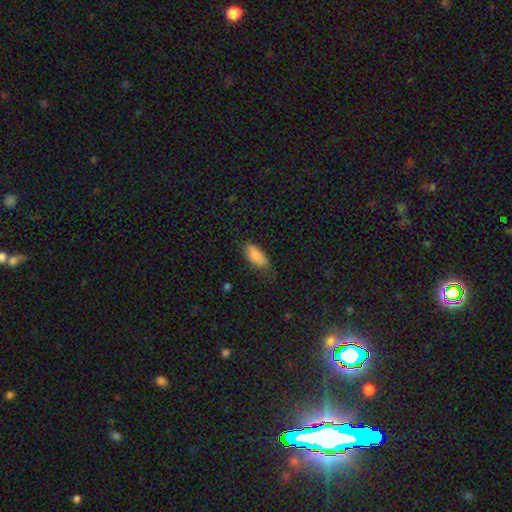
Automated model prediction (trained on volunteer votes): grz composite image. It shows a smooth galaxy with no disk features (84%) that is in between round and cigar-shaped (88%). Merging: none (60%).